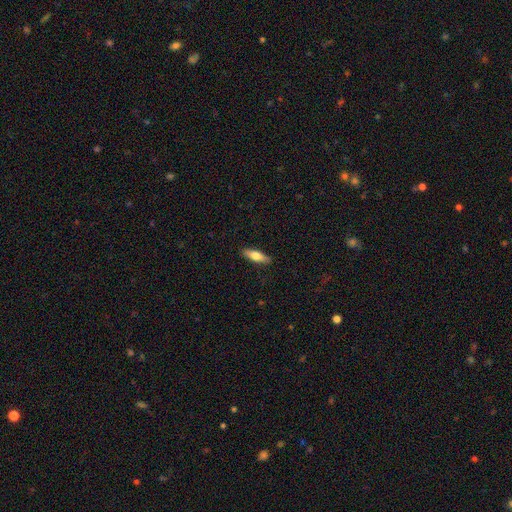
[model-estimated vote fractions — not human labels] Smooth or featured?
  - smooth: 67% *
  - featured or disk: 28%
  - star or artifact: 6%
How rounded?
  - in between: 49% *
  - cigar-shaped: 48%
  - round: 2%
Merging?
  - none: 89% *
  - minor disturbance: 8%
  - major disturbance: 2%
  - merger: 1%